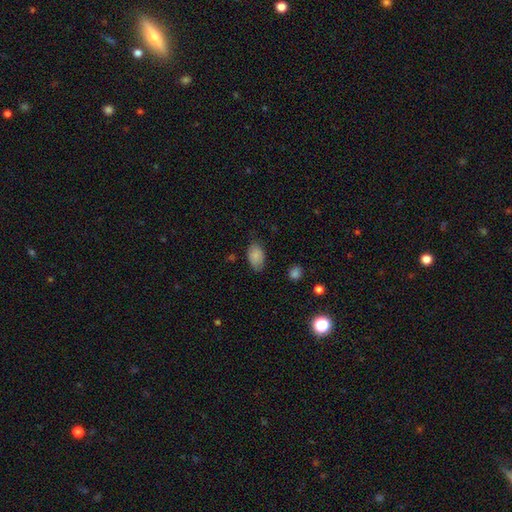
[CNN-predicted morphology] smooth_or_featured: smooth (p=0.86) [alt: star or artifact p=0.08]
how_rounded: in between (p=0.90) [alt: round p=0.09]
merging: none (p=0.71) [alt: minor disturbance p=0.23]